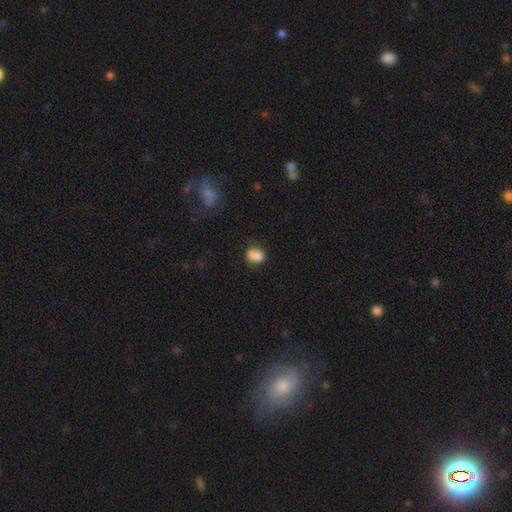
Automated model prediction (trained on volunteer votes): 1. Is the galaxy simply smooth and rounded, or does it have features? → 78% smooth, 11% featured or disk, 10% star or artifact.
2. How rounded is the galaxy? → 53% in between, 45% round, 2% cigar-shaped.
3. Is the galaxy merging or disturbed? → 46% none, 25% merger, 21% minor disturbance, 8% major disturbance.